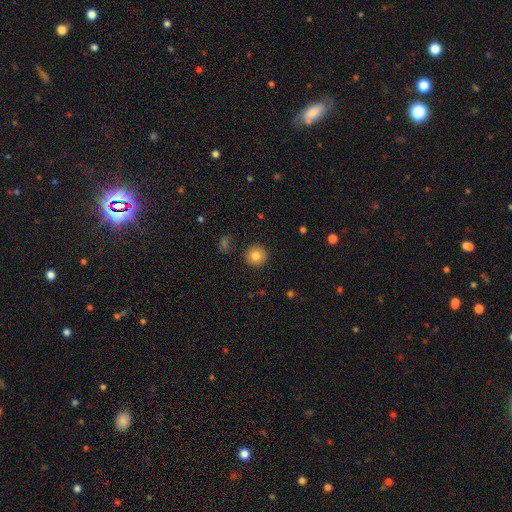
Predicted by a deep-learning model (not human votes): Smooth or featured: smooth — 83% (star or artifact — 10%)
How rounded: round — 94% (in between — 5%)
Merging: none — 90% (minor disturbance — 6%)